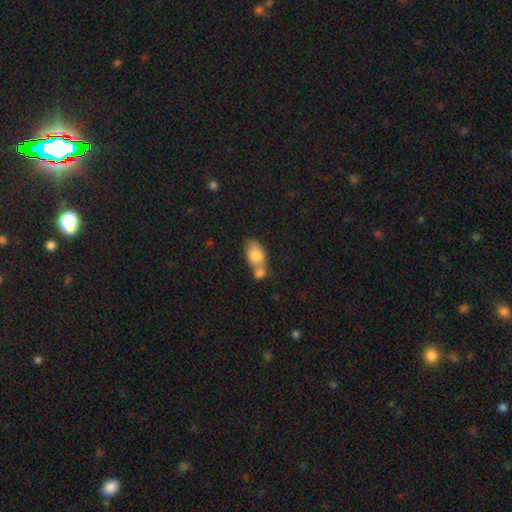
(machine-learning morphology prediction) Smooth or featured? Predicted: smooth (p=0.77). How rounded? Predicted: in between (p=0.87). Merging? Predicted: merger (p=0.55).